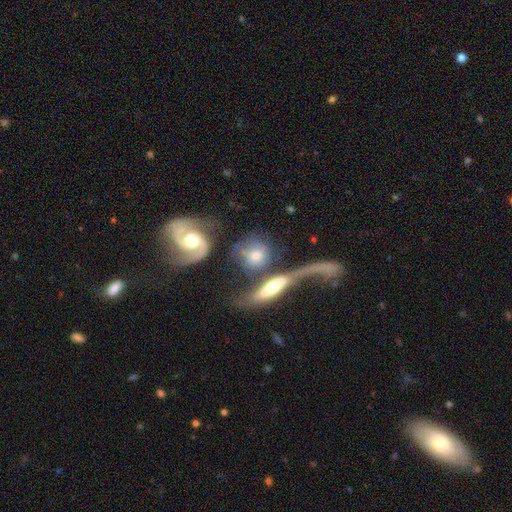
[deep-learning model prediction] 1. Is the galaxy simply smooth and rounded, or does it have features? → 50% smooth, 42% featured or disk, 8% star or artifact.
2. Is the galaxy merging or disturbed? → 50% merger, 27% none, 12% major disturbance, 11% minor disturbance.